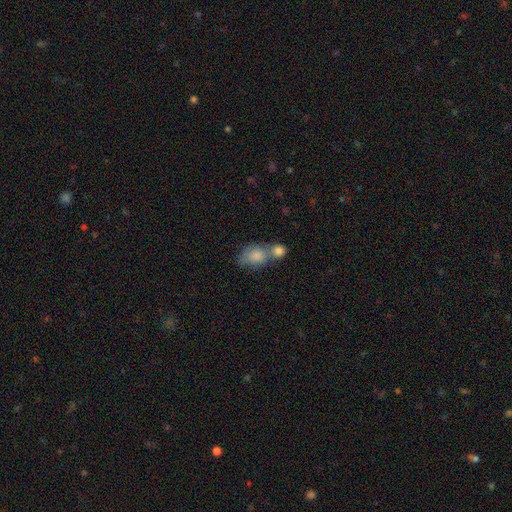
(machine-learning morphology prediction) smooth_or_featured: smooth (p=0.82) [alt: featured or disk p=0.11]
how_rounded: in between (p=0.69) [alt: round p=0.29]
merging: merger (p=0.59) [alt: none p=0.23]